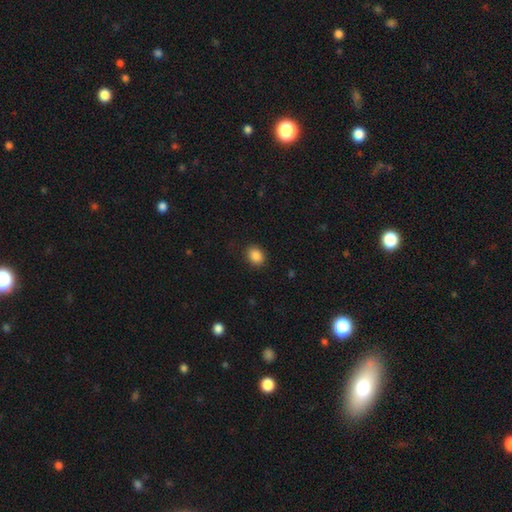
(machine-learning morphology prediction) Smooth or featured: smooth — 87% (star or artifact — 9%)
How rounded: in between — 53% (round — 46%)
Merging: none — 87% (minor disturbance — 9%)